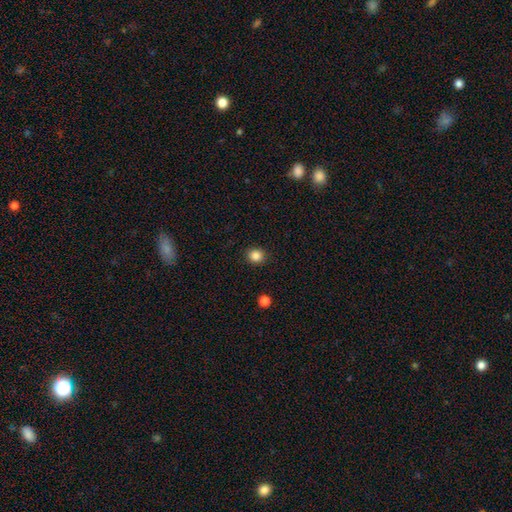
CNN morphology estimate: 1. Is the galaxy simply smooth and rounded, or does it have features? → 85% smooth, 11% star or artifact, 4% featured or disk.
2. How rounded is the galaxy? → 84% round, 15% in between, 1% cigar-shaped.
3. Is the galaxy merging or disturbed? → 91% none, 6% minor disturbance, 2% major disturbance, 1% merger.